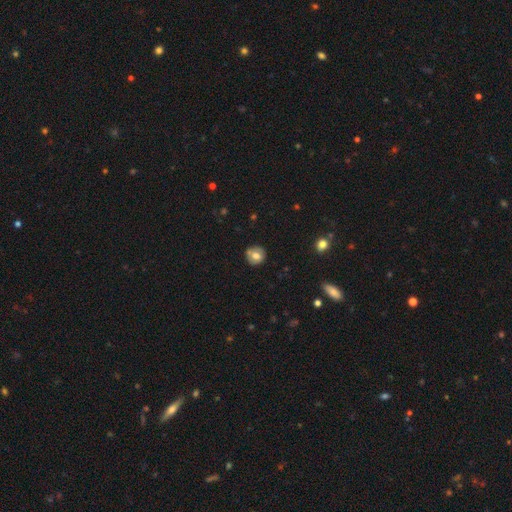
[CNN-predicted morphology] smooth-or-featured: smooth: 68% | featured or disk: 23% | star or artifact: 9%
  how-rounded: round: 87% | in between: 12% | cigar-shaped: 1%
  merging: none: 80% | minor disturbance: 14% | major disturbance: 3% | merger: 3%